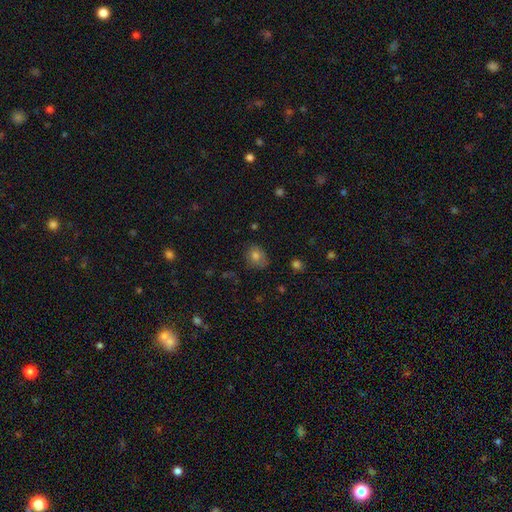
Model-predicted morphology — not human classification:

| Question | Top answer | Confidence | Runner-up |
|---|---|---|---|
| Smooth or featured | smooth | 78% | featured or disk (12%) |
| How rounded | round | 56% | in between (43%) |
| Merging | none | 70% | minor disturbance (23%) |